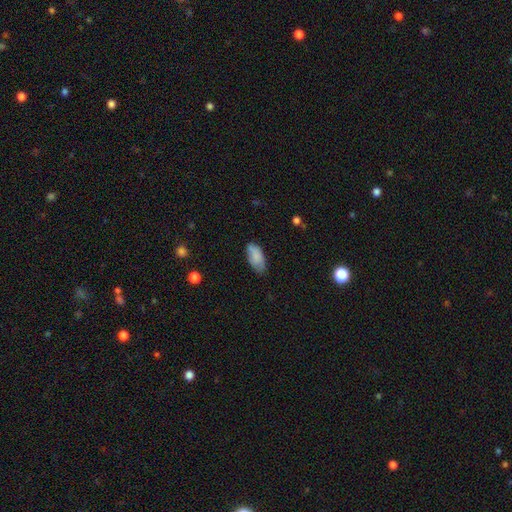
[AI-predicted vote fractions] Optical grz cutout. It shows a smooth galaxy with no disk features (83%) that is in between round and cigar-shaped (92%). Merging: none (67%).